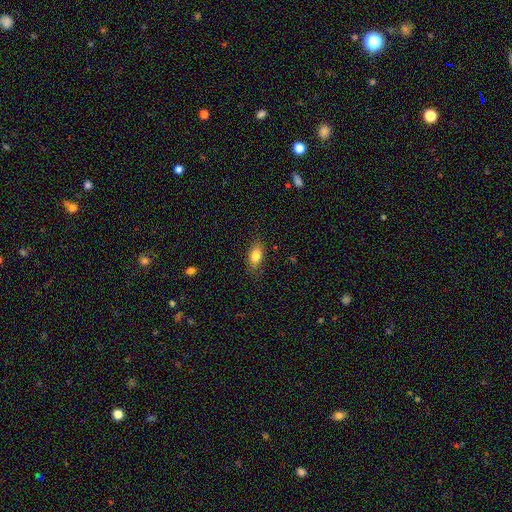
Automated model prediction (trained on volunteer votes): Morphology: type=smooth (82%); roundness=in between (84%); merging=none (83%).